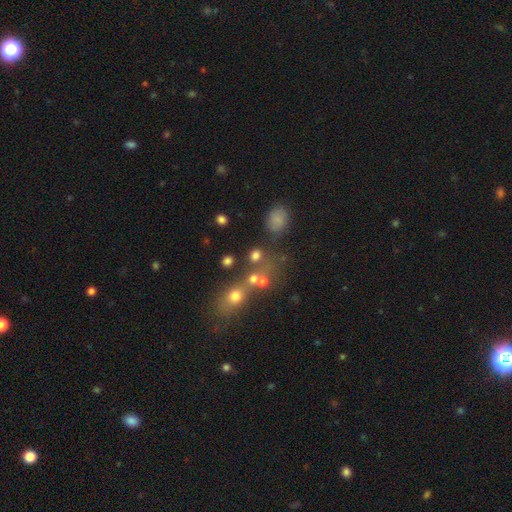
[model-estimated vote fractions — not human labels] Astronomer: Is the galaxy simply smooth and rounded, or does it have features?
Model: smooth — 69%.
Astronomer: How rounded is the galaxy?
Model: round — 69%.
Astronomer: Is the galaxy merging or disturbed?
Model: none — 53%.